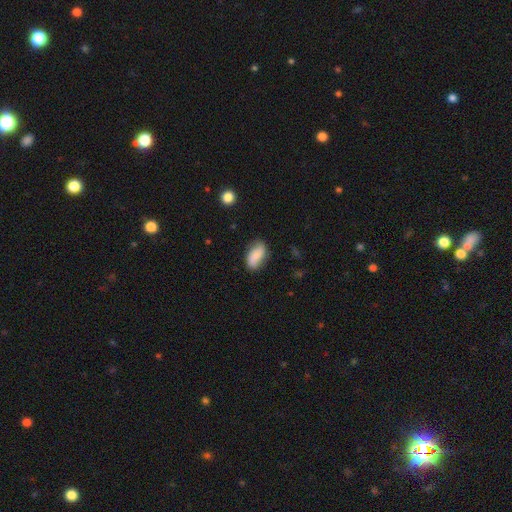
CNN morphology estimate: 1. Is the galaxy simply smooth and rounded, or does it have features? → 76% smooth, 17% featured or disk, 7% star or artifact.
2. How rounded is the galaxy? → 91% in between, 5% cigar-shaped, 4% round.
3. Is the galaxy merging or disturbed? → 74% none, 20% minor disturbance, 4% major disturbance, 2% merger.